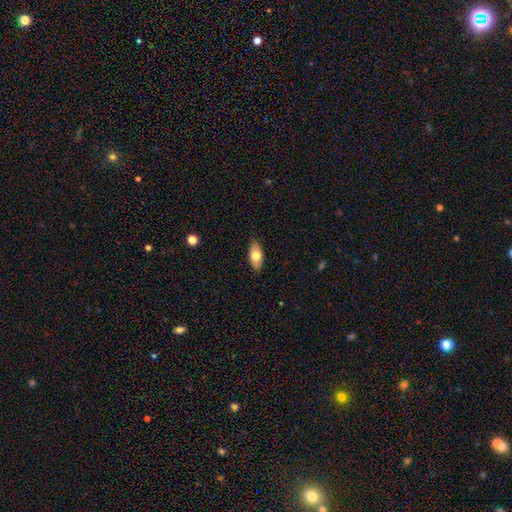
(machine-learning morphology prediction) smooth_or_featured: smooth (p=0.72) [alt: featured or disk p=0.22]
how_rounded: in between (p=0.87) [alt: cigar-shaped p=0.10]
merging: none (p=0.87) [alt: minor disturbance p=0.10]